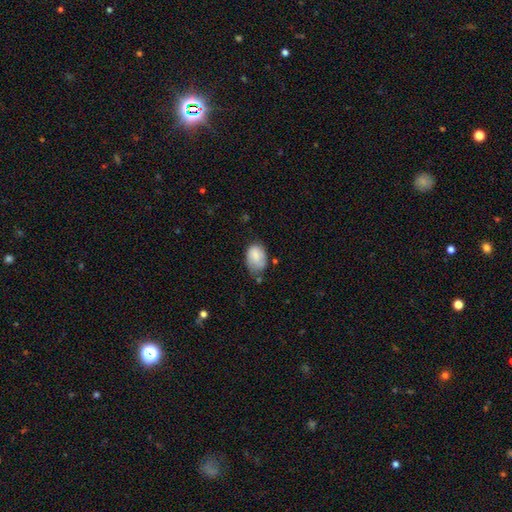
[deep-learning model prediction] This appears to be a smooth galaxy with no disk features (78%) that is in between round and cigar-shaped (83%). Merging: none (47%).